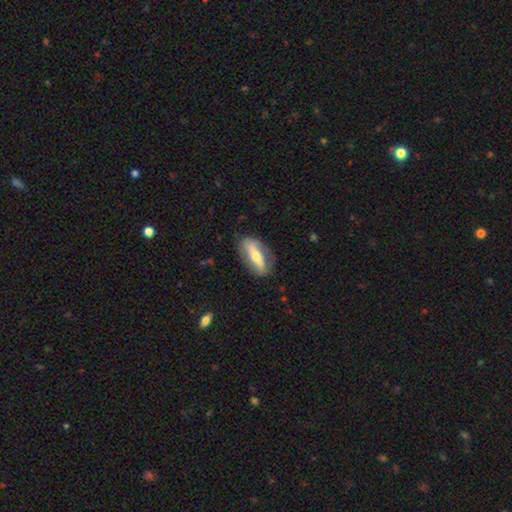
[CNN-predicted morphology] The model was most divided on "smooth or featured": featured or disk: 57%, smooth: 37%, star or artifact: 6%. More confident: merging — none (79%); edge-on disk — no (61%).